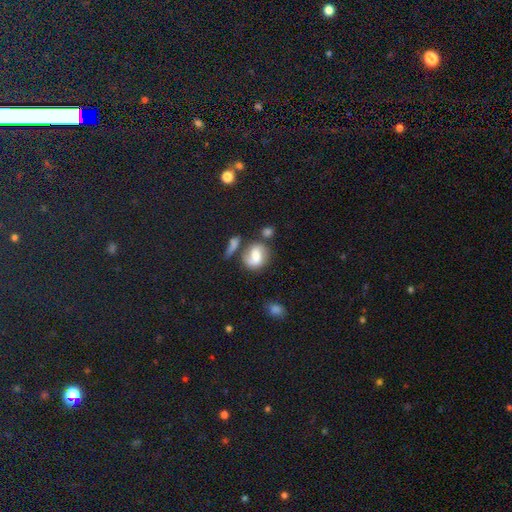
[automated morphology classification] Smooth or featured?
  - smooth: 52% *
  - featured or disk: 38%
  - star or artifact: 10%
How rounded?
  - in between: 49% * (tied)
  - round: 49% * (tied)
  - cigar-shaped: 2%
Merging?
  - none: 47% *
  - minor disturbance: 21%
  - merger: 20%
  - major disturbance: 12%